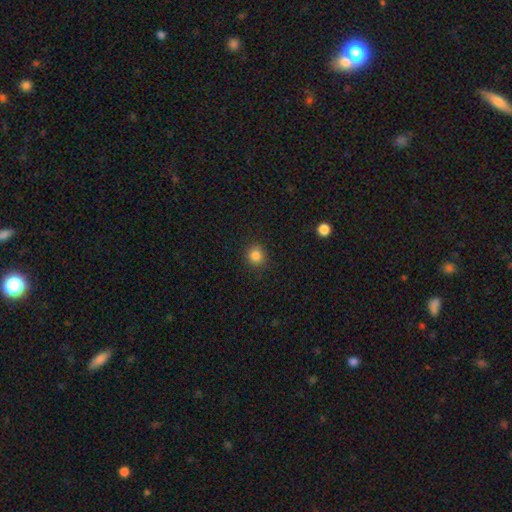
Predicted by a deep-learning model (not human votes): Morphology: type=smooth (84%); roundness=round (89%); merging=none (90%).